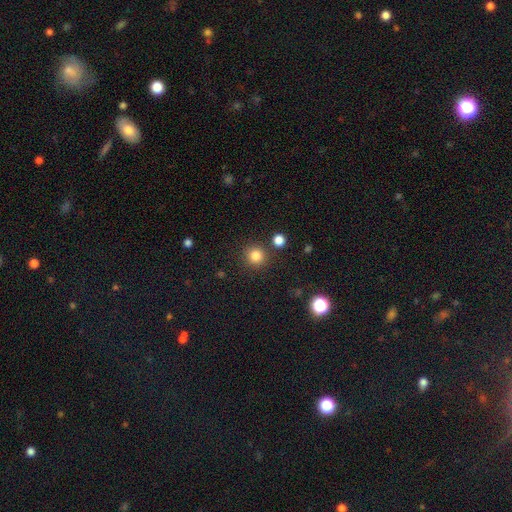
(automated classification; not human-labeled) Smooth or featured? Predicted: smooth (p=0.83). How rounded? Predicted: round (p=0.93). Merging? Predicted: none (p=0.87).